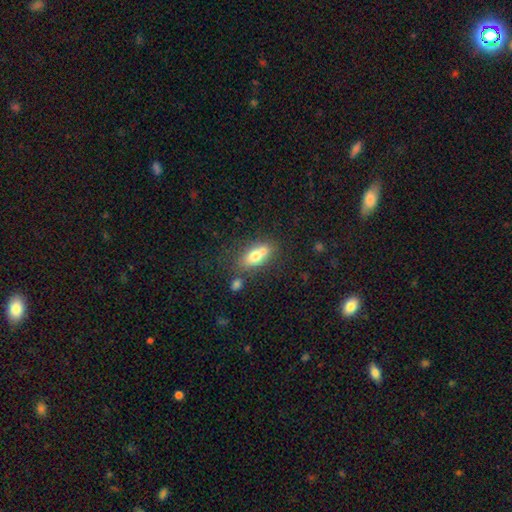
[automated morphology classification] smooth 70%, featured or disk 21%, star or artifact 9%. Down the decision tree: how rounded — in between (78%); merging — none (46%).